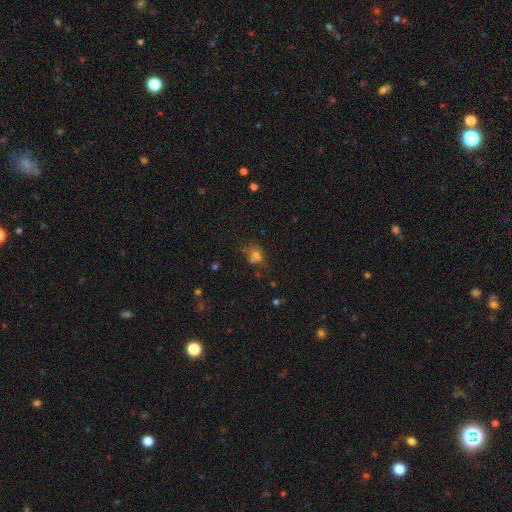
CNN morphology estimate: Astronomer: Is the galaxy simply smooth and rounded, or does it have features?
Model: smooth — 62%.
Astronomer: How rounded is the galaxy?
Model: round — 49%, tied with in between at 49%.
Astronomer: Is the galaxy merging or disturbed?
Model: none — 38% (runner-up: merger, 30%).